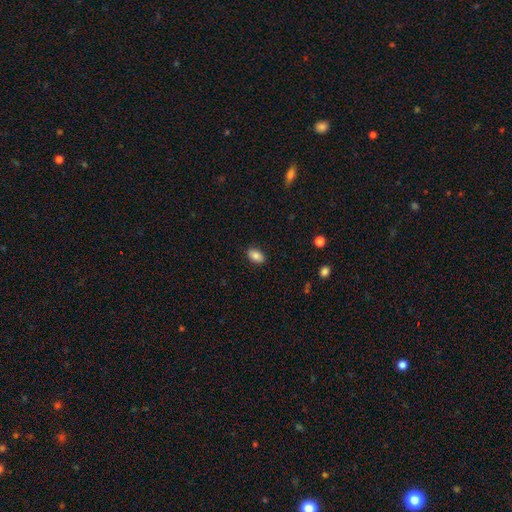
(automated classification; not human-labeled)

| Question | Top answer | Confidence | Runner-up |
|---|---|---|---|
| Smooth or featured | smooth | 85% | star or artifact (8%) |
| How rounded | in between | 90% | round (8%) |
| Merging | none | 88% | minor disturbance (9%) |